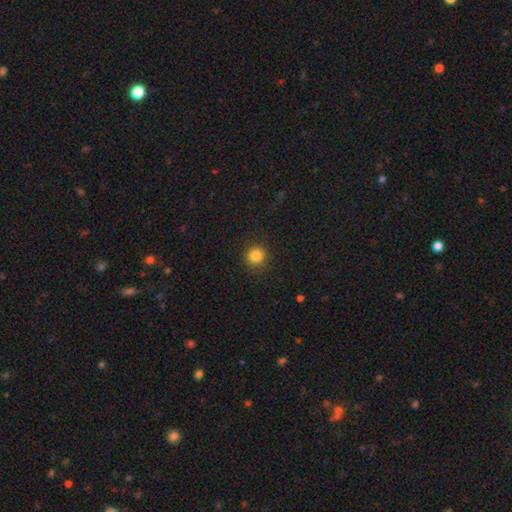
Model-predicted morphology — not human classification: Smooth or featured: smooth — 84% (star or artifact — 12%)
How rounded: round — 94% (in between — 5%)
Merging: none — 92% (minor disturbance — 5%)